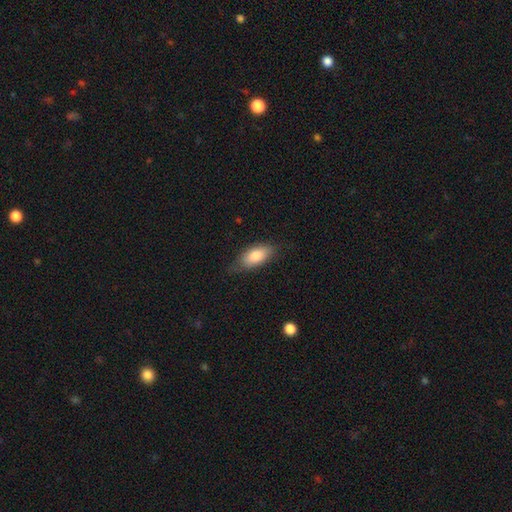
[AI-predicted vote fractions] This is clearly a smooth galaxy (81%). How rounded: clearly in between (87%). Merging: likely none (70%).